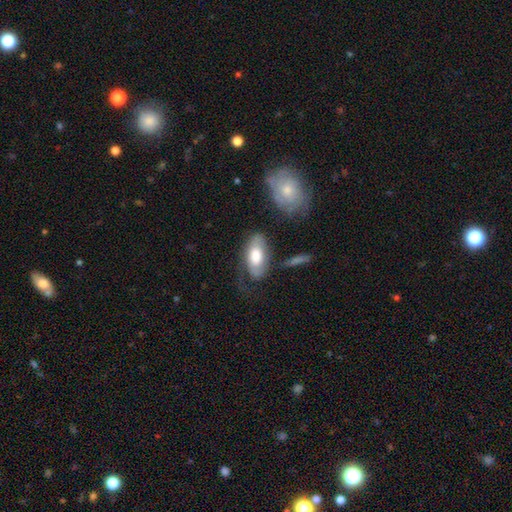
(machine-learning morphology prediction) A smooth galaxy with no disk features (55%) that is in between round and cigar-shaped (92%).

Vote fractions:
- Smooth or featured? smooth: 55% / featured or disk: 39% / star or artifact: 6%
- How rounded? in between: 92% / cigar-shaped: 5% / round: 4%
- Merging? none: 46% / minor disturbance: 26% / major disturbance: 22% / merger: 6%